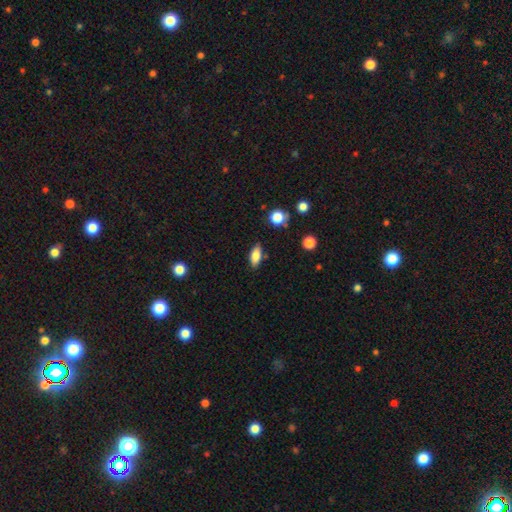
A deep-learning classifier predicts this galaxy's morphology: A smooth galaxy with no disk features (79%) that is in between round and cigar-shaped (81%). Merging: none (84%).